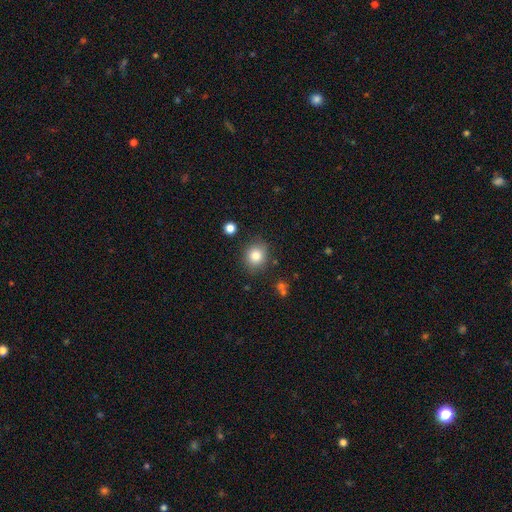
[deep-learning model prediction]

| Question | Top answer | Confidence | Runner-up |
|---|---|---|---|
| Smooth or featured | smooth | 82% | star or artifact (11%) |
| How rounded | round | 77% | in between (22%) |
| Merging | none | 84% | minor disturbance (10%) |